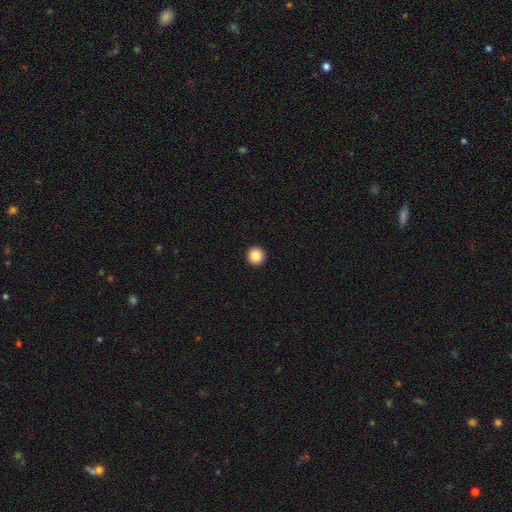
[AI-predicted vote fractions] A smooth galaxy with no disk features (86%) that is round (96%). Merging: none (94%).